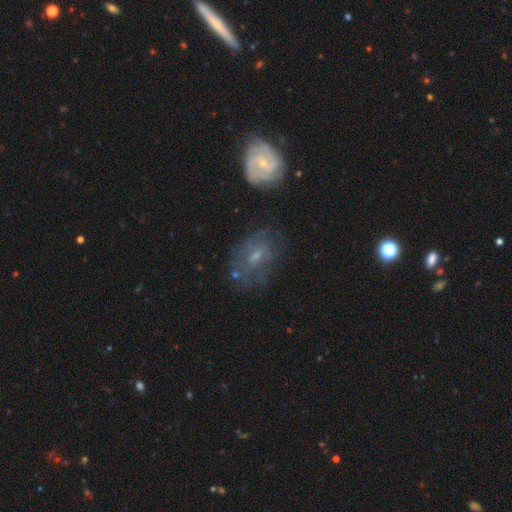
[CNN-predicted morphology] featured or disk 63%, smooth 25%, star or artifact 12%. Down the decision tree: edge-on disk — no (95%); bar — weak (50%); spiral arms — yes (70%); bulge size — small (56%); merging — none (59%).